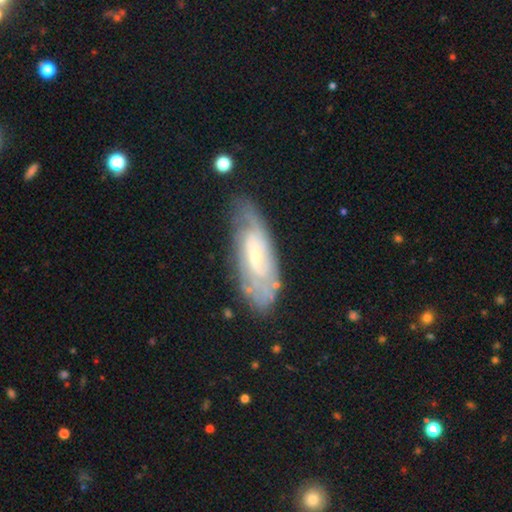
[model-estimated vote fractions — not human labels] featured or disk 71%, smooth 22%, star or artifact 6%. Down the decision tree: edge-on disk — no (86%); bar — no (53%); spiral arms — yes (85%); spiral arm count — can't tell (56%); spiral winding — tight (58%); bulge size — small (63%); merging — none (68%).